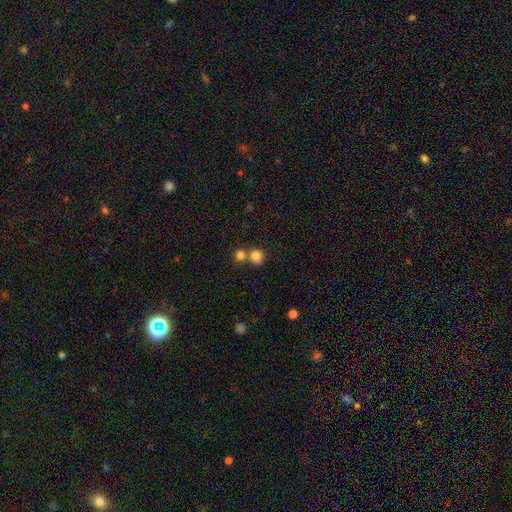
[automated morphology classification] Smooth or featured?
  - smooth: 82% *
  - star or artifact: 11%
  - featured or disk: 7%
How rounded?
  - round: 83% *
  - in between: 16%
  - cigar-shaped: 1%
Merging?
  - none: 51% *
  - merger: 38%
  - minor disturbance: 8%
  - major disturbance: 3%